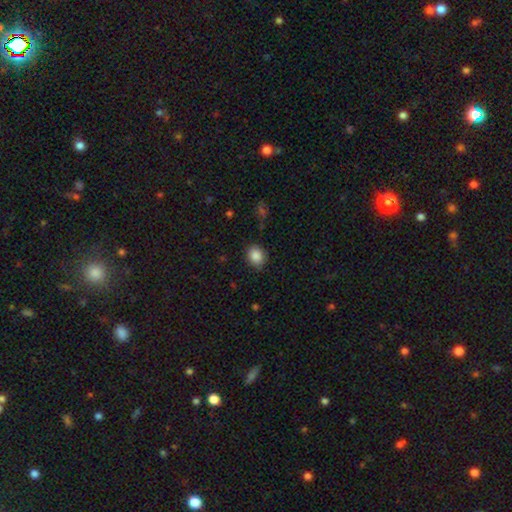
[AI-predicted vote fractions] Smooth or featured? Predicted: smooth (p=0.87). How rounded? Predicted: in between (p=0.52). Merging? Predicted: none (p=0.83).